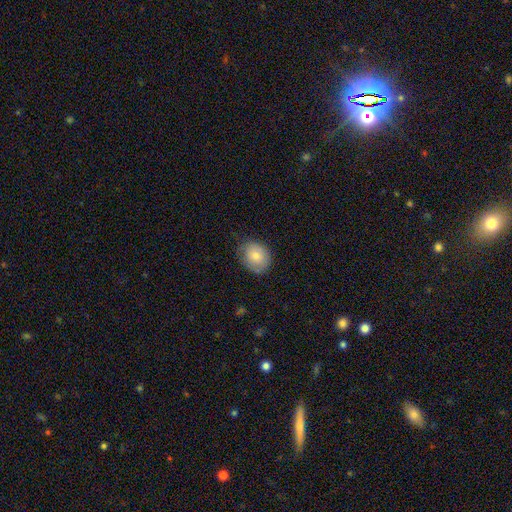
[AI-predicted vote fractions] Smooth or featured? Predicted: smooth (p=0.76). How rounded? Predicted: round (p=0.55). Merging? Predicted: none (p=0.73).